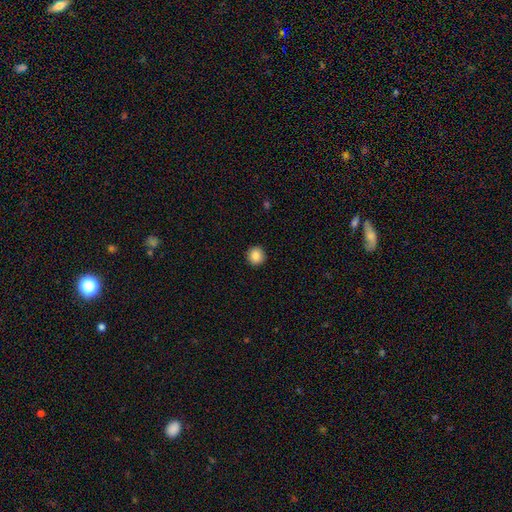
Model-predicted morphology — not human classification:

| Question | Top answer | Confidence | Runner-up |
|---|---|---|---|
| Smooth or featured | smooth | 87% | star or artifact (9%) |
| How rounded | round | 94% | in between (5%) |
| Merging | none | 93% | minor disturbance (5%) |